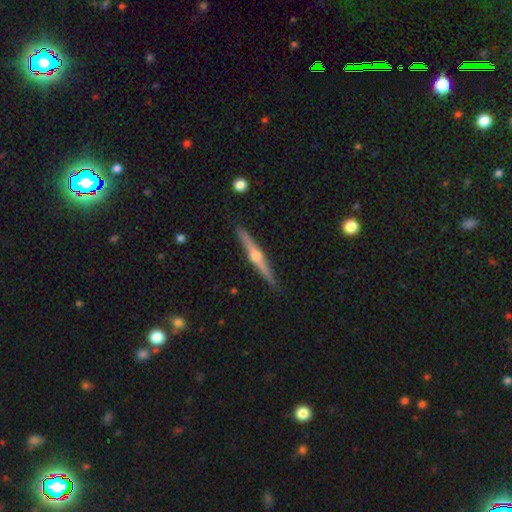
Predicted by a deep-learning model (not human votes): Smooth or featured? Predicted: featured or disk (p=0.79). Edge-on disk? Predicted: yes (p=0.98). Edge-on bulge? Predicted: rounded (p=0.94). Merging? Predicted: none (p=0.91).